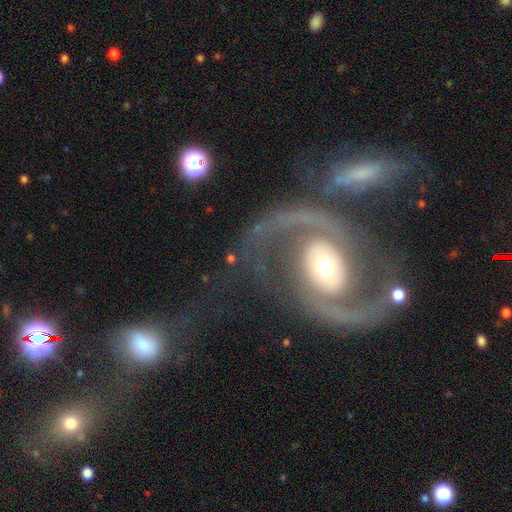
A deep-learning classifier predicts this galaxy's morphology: Overall: featured or disk (91%). Edge-on disk: no (98%). Bar: no (53%; weak 28%). Spiral arms: yes (97%). Spiral arm count: 2 (93%). Spiral winding: medium (55%; loose 28%). Bulge size: moderate (63%; small 23%). Merging: none (53%; merger 16%).